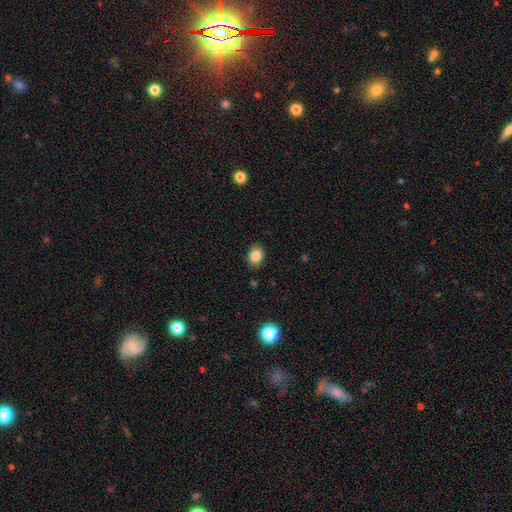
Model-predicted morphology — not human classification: smooth 85%, star or artifact 9%, featured or disk 6%. Down the decision tree: how rounded — in between (68%); merging — none (86%).